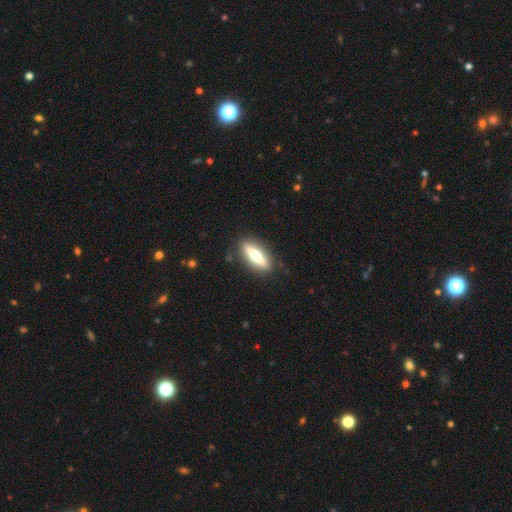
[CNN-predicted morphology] This appears to be a smooth galaxy with no disk features (51%) that is in between round and cigar-shaped (53%). Merging: none (87%).